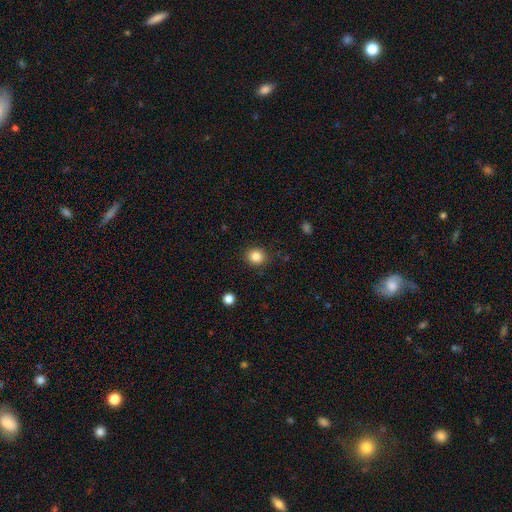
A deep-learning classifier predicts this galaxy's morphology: This appears to be a smooth galaxy with no disk features (85%) that is round (88%). Merging: none (88%).